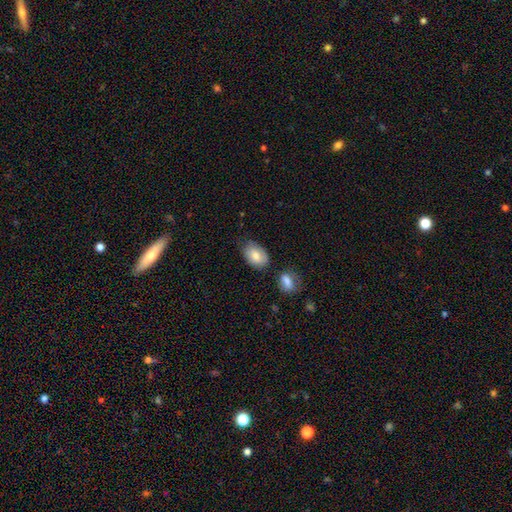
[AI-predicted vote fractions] This is likely a smooth galaxy (79%). How rounded: clearly in between (86%). Merging: likely none (67%).